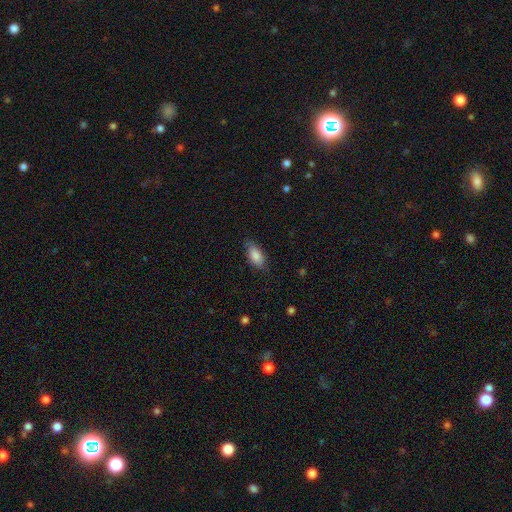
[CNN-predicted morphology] A smooth galaxy with no disk features (85%) that is in between round and cigar-shaped (88%).

Vote fractions:
- Smooth or featured? smooth: 85% / featured or disk: 9% / star or artifact: 6%
- How rounded? in between: 88% / cigar-shaped: 9% / round: 3%
- Merging? none: 77% / minor disturbance: 18% / major disturbance: 4% / merger: 1%